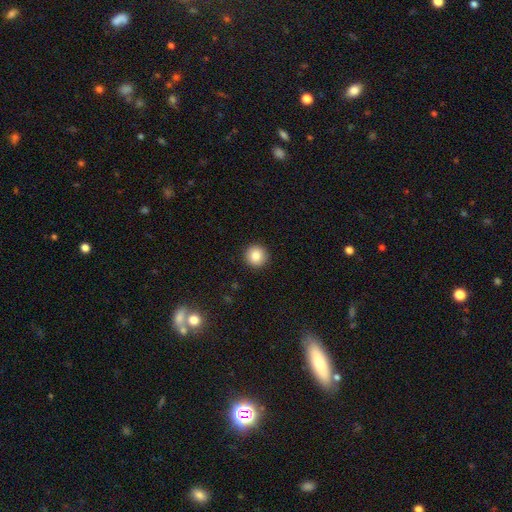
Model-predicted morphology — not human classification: Smooth or featured: smooth — 85% (star or artifact — 9%)
How rounded: round — 95% (in between — 4%)
Merging: none — 93% (minor disturbance — 5%)